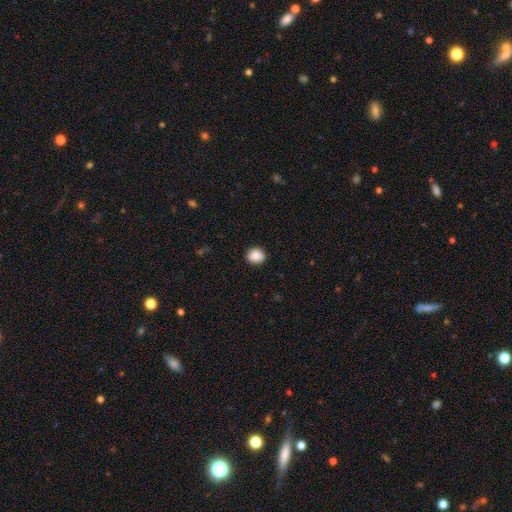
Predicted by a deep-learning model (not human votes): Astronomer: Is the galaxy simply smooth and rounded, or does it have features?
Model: smooth — 87%.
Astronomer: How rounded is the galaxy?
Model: round — 78%.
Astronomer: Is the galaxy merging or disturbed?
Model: none — 89%.